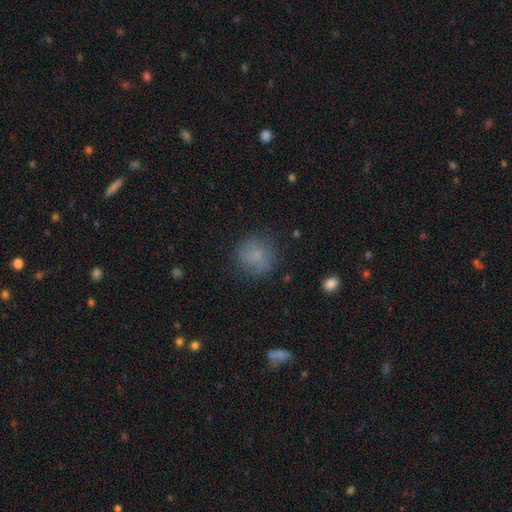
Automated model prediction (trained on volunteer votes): The model was most divided on "merging": none: 76%, minor disturbance: 16%, major disturbance: 6%, merger: 2%. More confident: how rounded — round (85%); smooth or featured — smooth (76%).